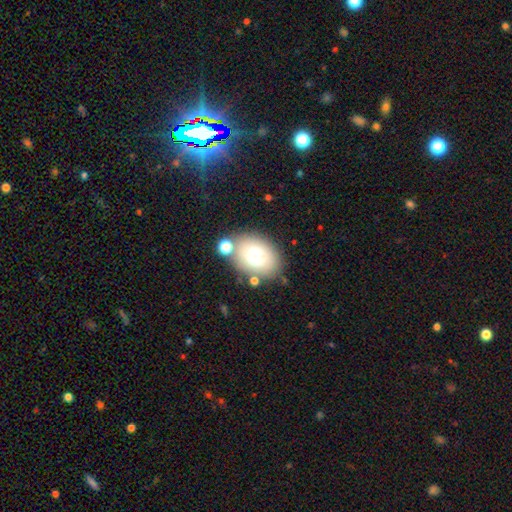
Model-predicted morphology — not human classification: Smooth or featured? Predicted: smooth (p=0.63). How rounded? Predicted: in between (p=0.61). Merging? Predicted: none (p=0.76).